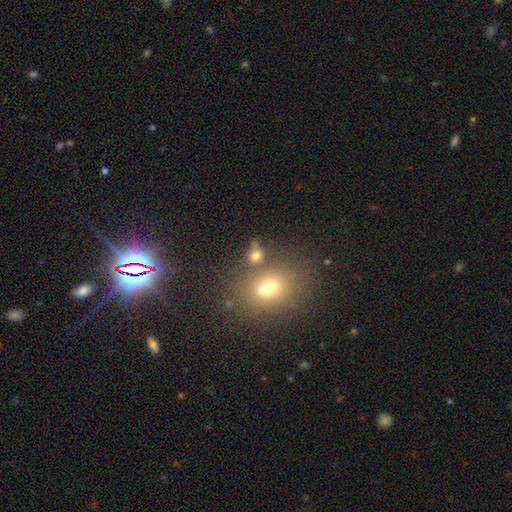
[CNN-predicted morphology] A smooth galaxy with no disk features (71%) that is round (56%).

Vote fractions:
- Smooth or featured? smooth: 71% / star or artifact: 17% / featured or disk: 12%
- How rounded? round: 56% / in between: 41% / cigar-shaped: 3%
- Merging? none: 61% / merger: 21% / minor disturbance: 12% / major disturbance: 6%